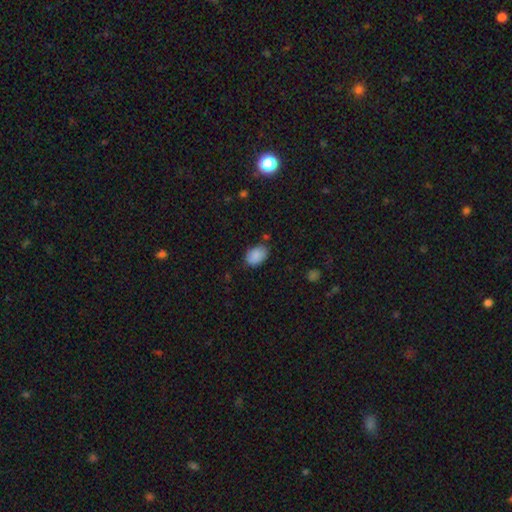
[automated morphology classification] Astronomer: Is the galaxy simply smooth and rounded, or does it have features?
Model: smooth — 87%.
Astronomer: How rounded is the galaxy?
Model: in between — 82%.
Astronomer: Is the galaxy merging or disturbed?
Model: none — 73%.